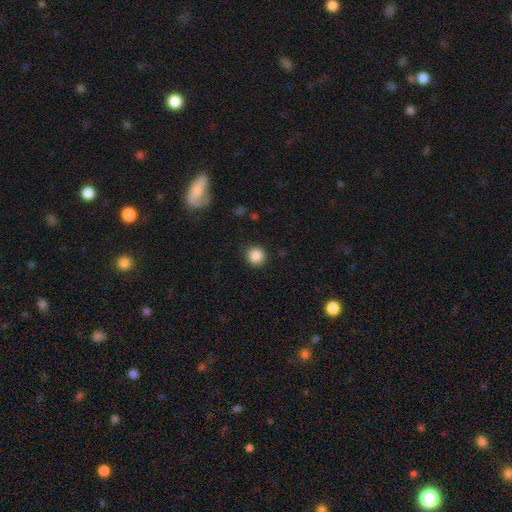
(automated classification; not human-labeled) Smooth or featured: smooth — 87% (star or artifact — 10%)
How rounded: round — 92% (in between — 7%)
Merging: none — 90% (minor disturbance — 7%)